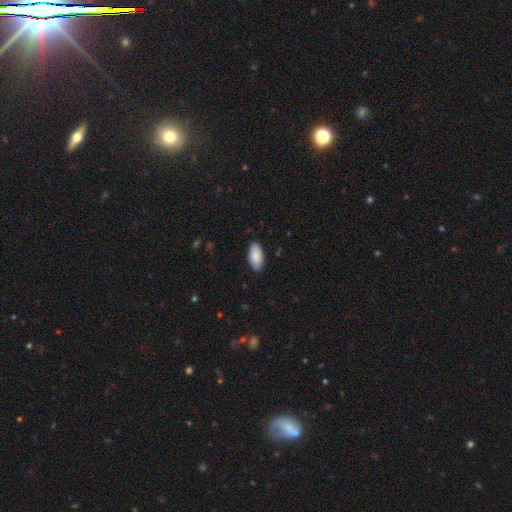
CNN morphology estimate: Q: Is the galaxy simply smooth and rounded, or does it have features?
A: smooth — 87%.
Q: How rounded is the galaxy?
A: in between — 94%.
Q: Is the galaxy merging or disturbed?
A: none — 86%.